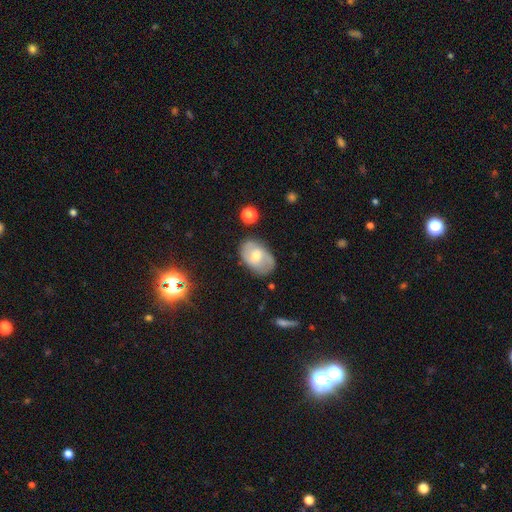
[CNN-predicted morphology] featured or disk 50%, smooth 42%, star or artifact 8%. Down the decision tree: merging — none (74%).